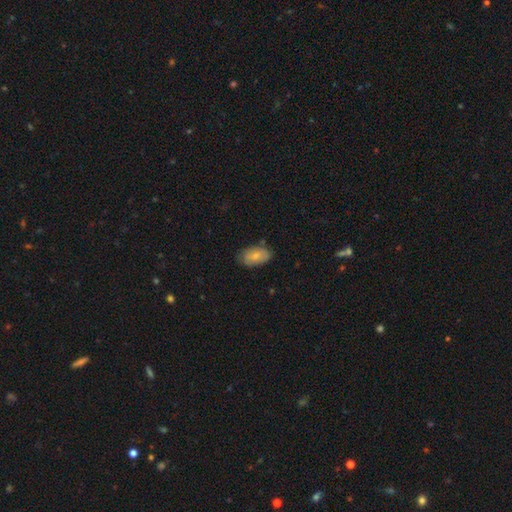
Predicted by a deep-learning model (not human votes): Smooth or featured? Predicted: smooth (p=0.76). How rounded? Predicted: in between (p=0.93). Merging? Predicted: none (p=0.72).